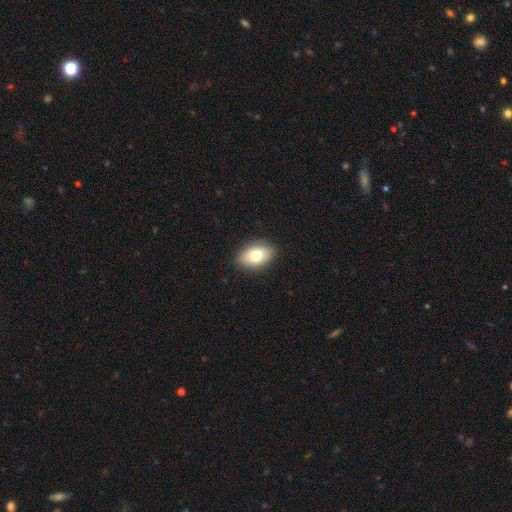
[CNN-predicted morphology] This appears to be a smooth galaxy with no disk features (73%) that is in between round and cigar-shaped (88%). Merging: none (84%).